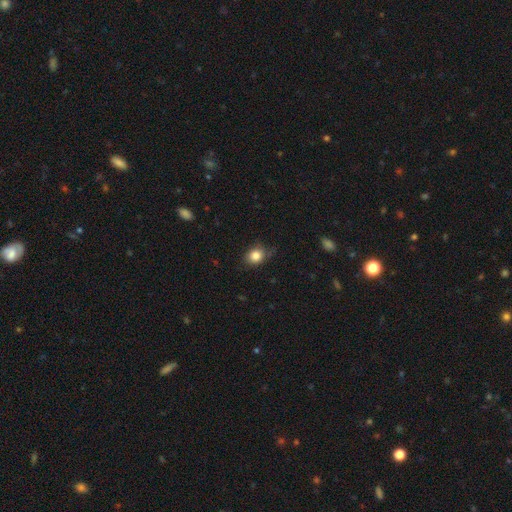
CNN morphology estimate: type=smooth (84%); roundness=round (58%); merging=none (74%).